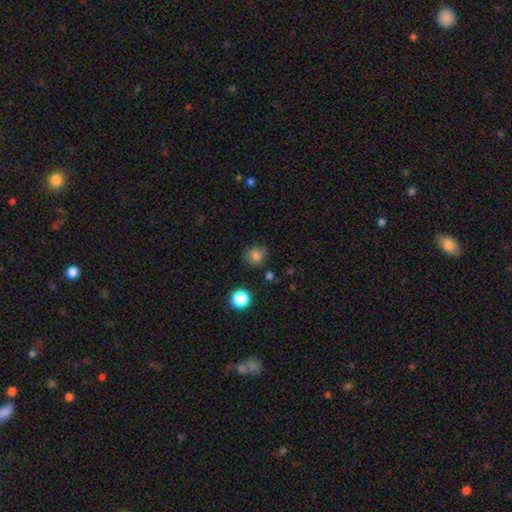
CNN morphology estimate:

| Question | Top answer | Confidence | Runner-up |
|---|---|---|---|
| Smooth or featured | smooth | 80% | star or artifact (14%) |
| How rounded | round | 84% | in between (15%) |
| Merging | none | 79% | minor disturbance (14%) |